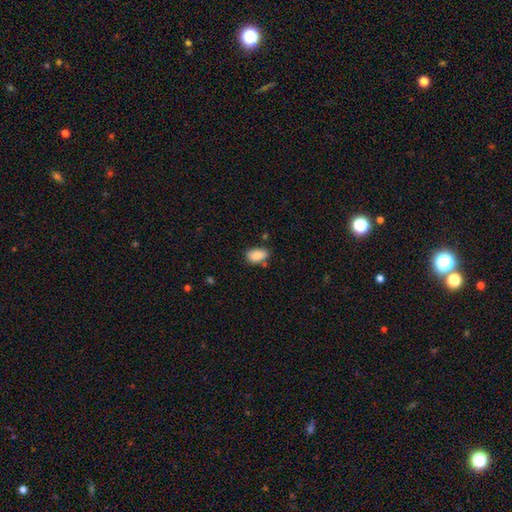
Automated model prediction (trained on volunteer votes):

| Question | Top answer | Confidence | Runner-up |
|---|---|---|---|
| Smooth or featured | smooth | 85% | star or artifact (8%) |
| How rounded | in between | 90% | round (8%) |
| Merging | none | 69% | minor disturbance (20%) |